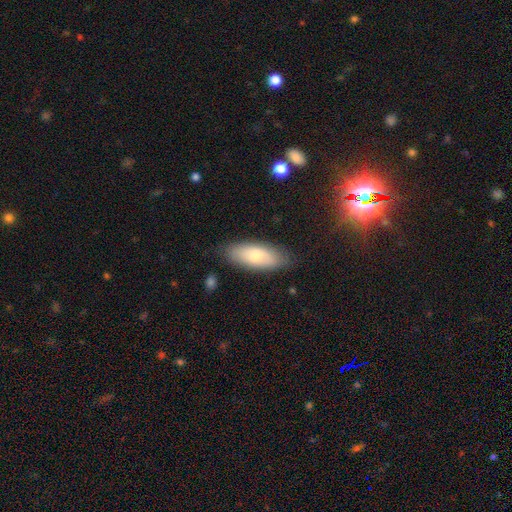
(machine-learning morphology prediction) The model was most divided on "smooth or featured": smooth: 69%, featured or disk: 25%, star or artifact: 6%. More confident: how rounded — in between (81%); merging — none (79%).